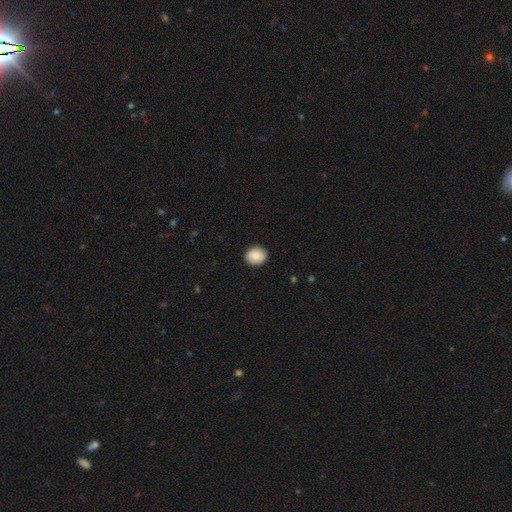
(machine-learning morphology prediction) Smooth or featured?
  - smooth: 87% *
  - star or artifact: 7%
  - featured or disk: 6%
How rounded?
  - round: 63% *
  - in between: 36%
  - cigar-shaped: 1%
Merging?
  - none: 90% *
  - minor disturbance: 7%
  - major disturbance: 2%
  - merger: 1%